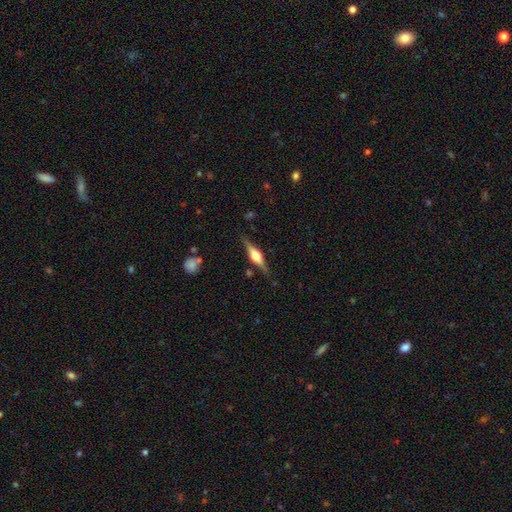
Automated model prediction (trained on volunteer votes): Smooth or featured?
  - featured or disk: 75% *
  - smooth: 19%
  - star or artifact: 6%
Edge-on disk?
  - yes: 97% *
  - no: 3%
Edge-on bulge?
  - rounded: 86% *
  - boxy: 12%
  - none: 2%
Merging?
  - none: 84% *
  - minor disturbance: 11%
  - major disturbance: 3%
  - merger: 2%